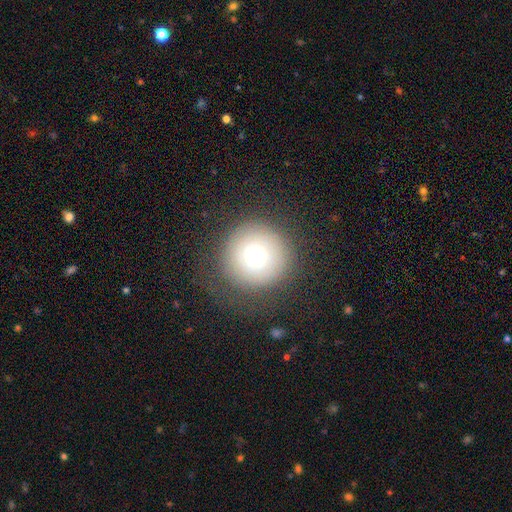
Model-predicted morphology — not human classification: smooth-or-featured: smooth: 69% | featured or disk: 18% | star or artifact: 14%
  how-rounded: round: 96% | in between: 3% | cigar-shaped: 1%
  merging: none: 79% | minor disturbance: 11% | major disturbance: 8% | merger: 1%